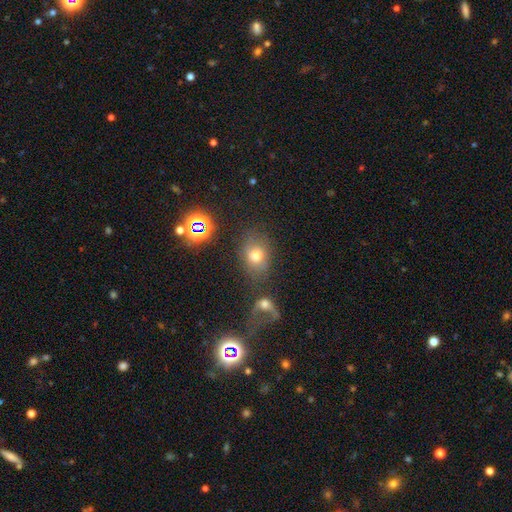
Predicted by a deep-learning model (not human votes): This appears to be a smooth galaxy with no disk features (68%) that is in between round and cigar-shaped (57%). Merging: none (61%).